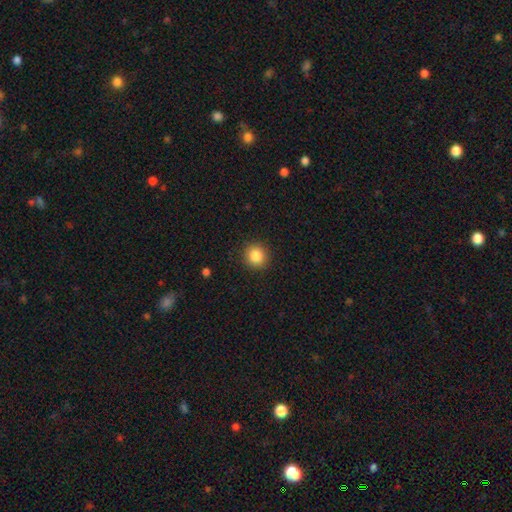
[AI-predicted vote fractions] Morphology: type=smooth (86%); roundness=round (89%); merging=none (91%).